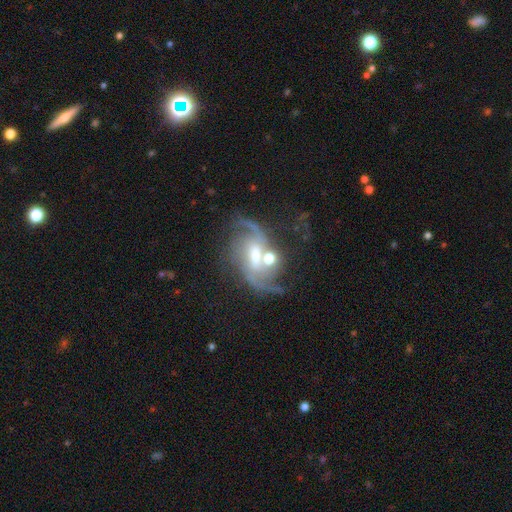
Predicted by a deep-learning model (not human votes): featured or disk 81%, smooth 9%, star or artifact 9%. Down the decision tree: edge-on disk — no (97%); bar — weak (48%); spiral arms — yes (94%); spiral arm count — 2 (81%); spiral winding — loose (52%); bulge size — moderate (58%); merging — none (39%).